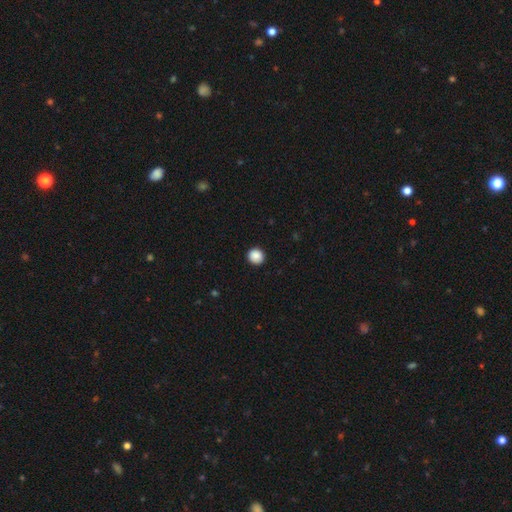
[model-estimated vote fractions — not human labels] This is clearly a smooth galaxy (88%). How rounded: clearly round (93%). Merging: clearly none (92%).